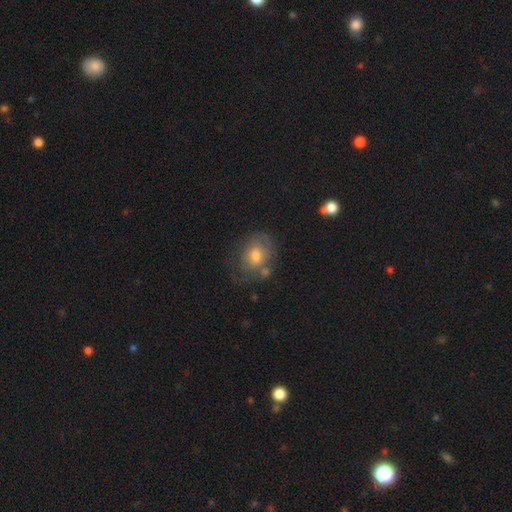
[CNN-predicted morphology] A smooth galaxy with no disk features (56%) that is in between round and cigar-shaped (52%).

Vote fractions:
- Smooth or featured? smooth: 56% / featured or disk: 34% / star or artifact: 10%
- How rounded? in between: 52% / round: 47% / cigar-shaped: 1%
- Merging? none: 51% / minor disturbance: 26% / major disturbance: 14% / merger: 9%